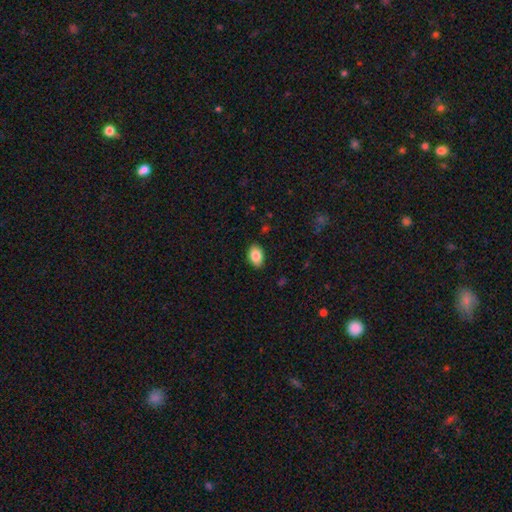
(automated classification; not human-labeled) A smooth galaxy with no disk features (85%) that is in between round and cigar-shaped (85%). Merging: none (87%).